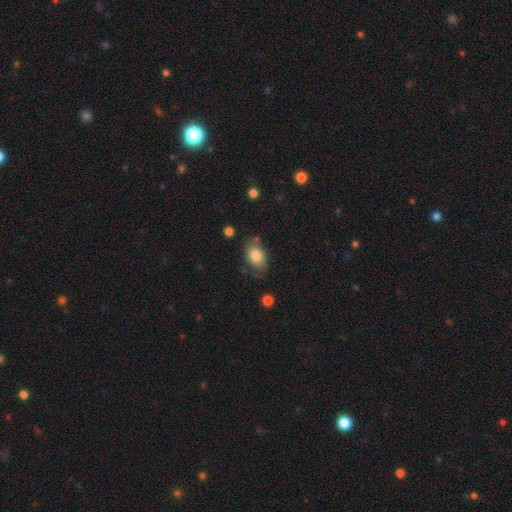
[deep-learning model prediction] This is clearly a smooth galaxy (82%). How rounded: clearly in between (85%). Merging: likely none (72%).